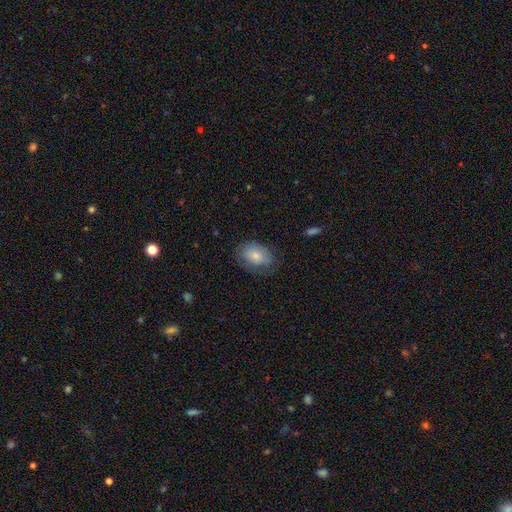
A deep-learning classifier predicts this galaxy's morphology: This appears to be a smooth galaxy with no disk features (77%) that is in between round and cigar-shaped (79%). Merging: none (70%).